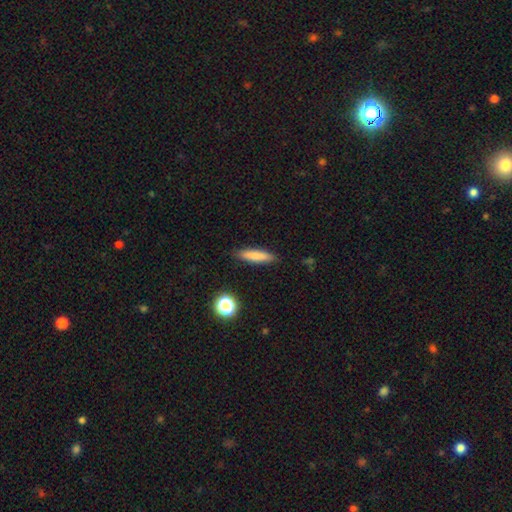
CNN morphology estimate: Q: Smooth or featured?
A: smooth (80%); runner-up: featured or disk (12%)
Q: How rounded?
A: cigar-shaped (79%); runner-up: in between (19%)
Q: Merging?
A: none (88%); runner-up: minor disturbance (9%)